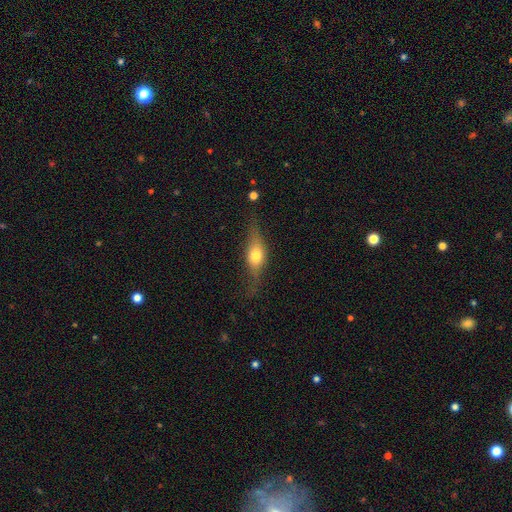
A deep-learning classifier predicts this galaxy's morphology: A smooth galaxy with no disk features (50%) that is in between round and cigar-shaped (58%). Merging: none (66%).